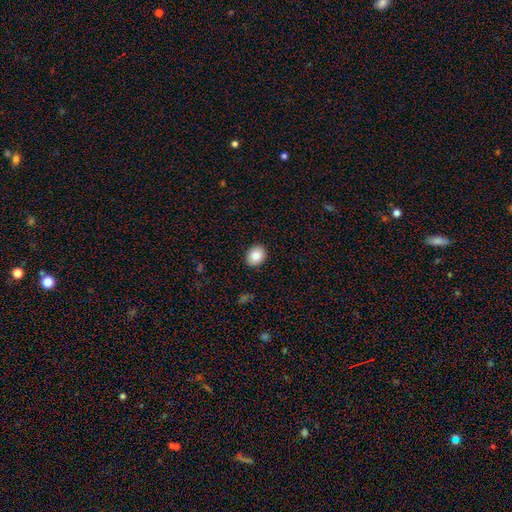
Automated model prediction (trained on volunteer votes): Smooth or featured?
  - smooth: 85% *
  - star or artifact: 8%
  - featured or disk: 7%
How rounded?
  - round: 50% *
  - in between: 49%
  - cigar-shaped: 1%
Merging?
  - none: 91% *
  - minor disturbance: 7%
  - major disturbance: 2%
  - merger: 1%